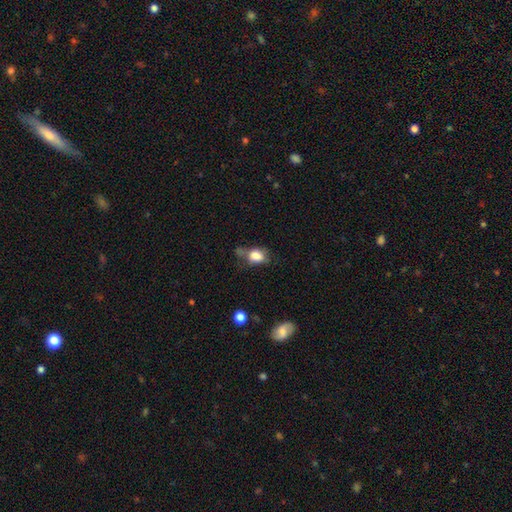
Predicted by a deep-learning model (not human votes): This is likely a smooth galaxy (76%). How rounded: likely in between (71%). Merging: marginally none (41%).